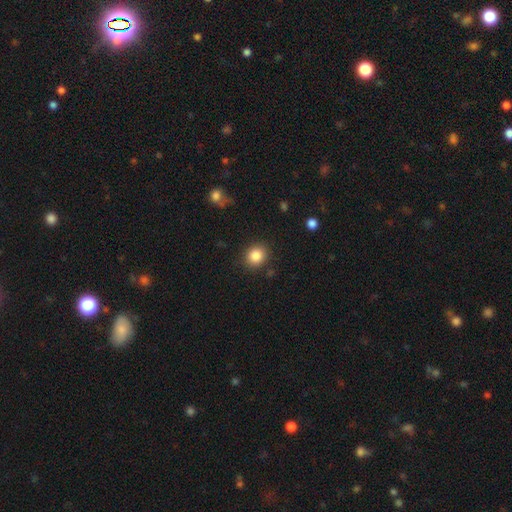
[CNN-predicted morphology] smooth-or-featured: smooth: 85% | star or artifact: 10% | featured or disk: 5%
  how-rounded: round: 77% | in between: 22% | cigar-shaped: 1%
  merging: none: 87% | minor disturbance: 8% | major disturbance: 3% | merger: 2%